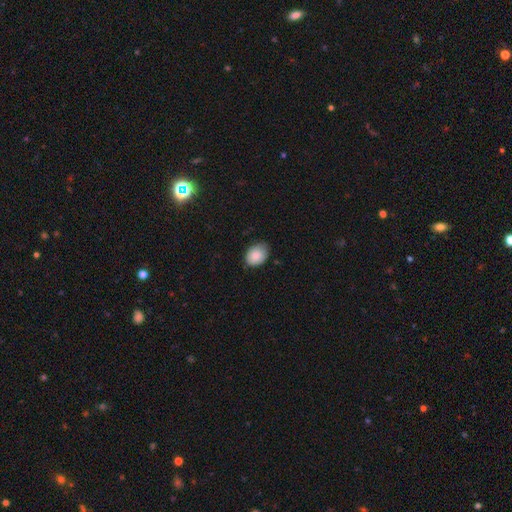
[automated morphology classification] smooth-or-featured: smooth: 87% | star or artifact: 7% | featured or disk: 6%
  how-rounded: in between: 70% | round: 29% | cigar-shaped: 1%
  merging: none: 72% | minor disturbance: 24% | major disturbance: 3% | merger: 1%